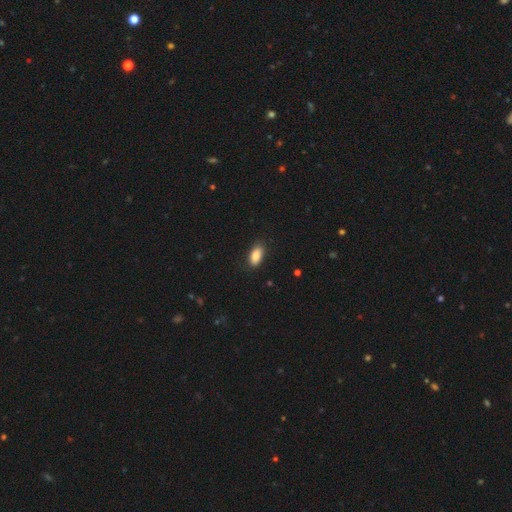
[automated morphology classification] Smooth or featured? smooth (87%)
How rounded? in between (91%)
Merging? none (85%)